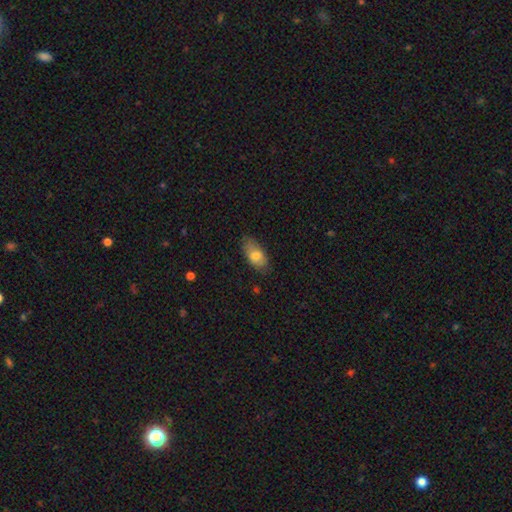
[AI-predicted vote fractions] The model was most divided on "merging": none: 75%, minor disturbance: 20%, major disturbance: 5%, merger: 1%. More confident: how rounded — in between (90%); smooth or featured — smooth (77%).